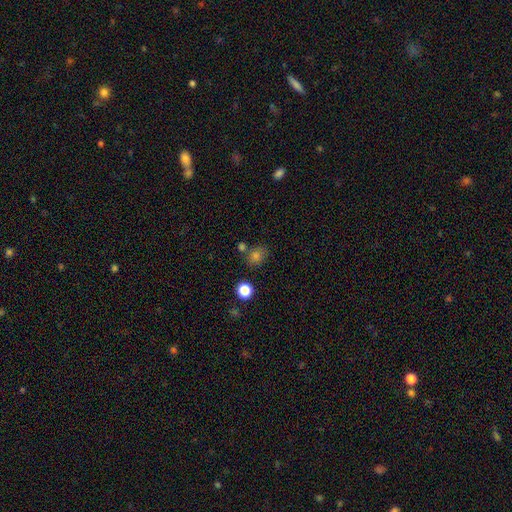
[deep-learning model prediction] A smooth galaxy with no disk features (75%) that is round (57%).

Vote fractions:
- Smooth or featured? smooth: 75% / star or artifact: 17% / featured or disk: 8%
- How rounded? round: 57% / in between: 42% / cigar-shaped: 1%
- Merging? none: 69% / merger: 14% / minor disturbance: 13% / major disturbance: 4%